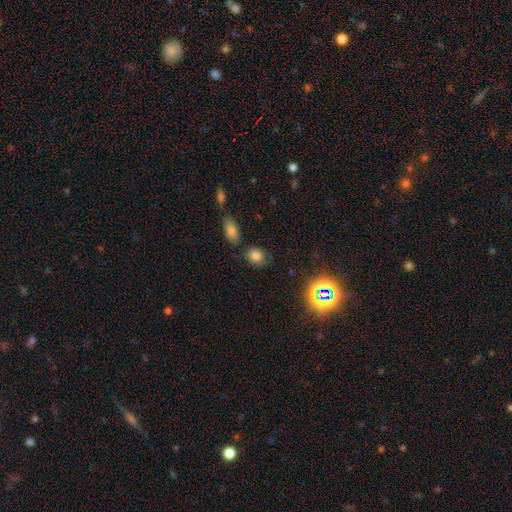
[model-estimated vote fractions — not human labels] Smooth or featured? smooth (79%)
How rounded? round (55%)
Merging? none (73%)